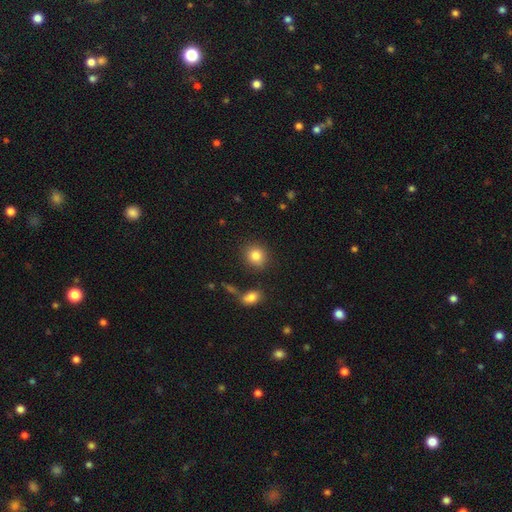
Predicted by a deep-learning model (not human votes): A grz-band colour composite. It shows a smooth galaxy with no disk features (83%) that is round (79%). Merging: none (84%).